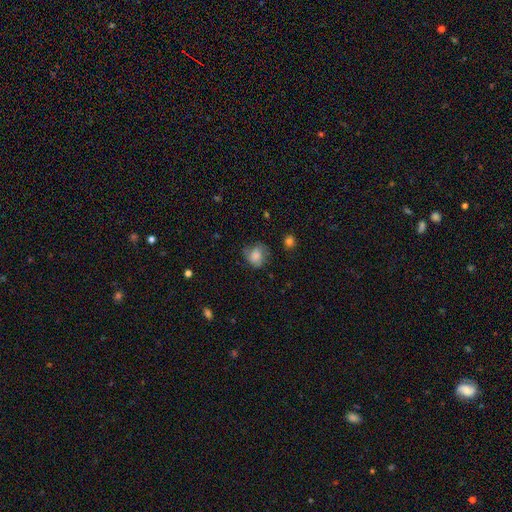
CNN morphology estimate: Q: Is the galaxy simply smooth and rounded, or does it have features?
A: smooth — 67%.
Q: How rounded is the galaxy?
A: round — 66%.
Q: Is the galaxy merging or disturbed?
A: none — 56%.